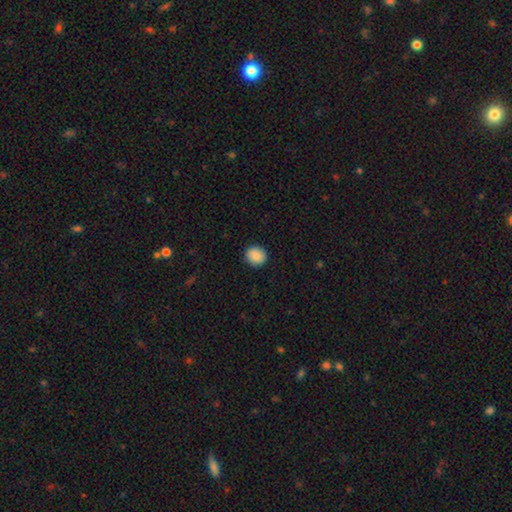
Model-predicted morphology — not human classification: The model was most divided on "how rounded": round: 84%, in between: 15%, cigar-shaped: 1%. More confident: merging — none (91%); smooth or featured — smooth (89%).